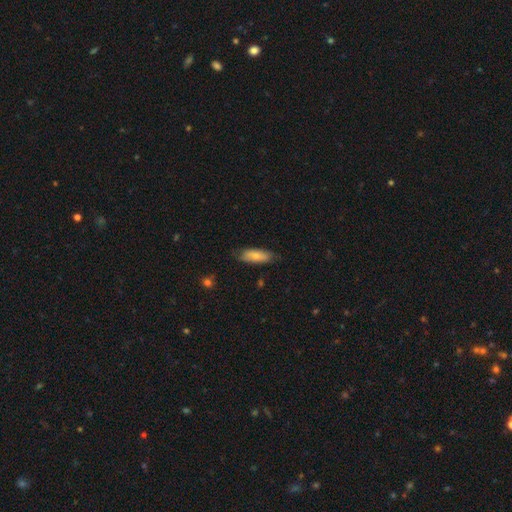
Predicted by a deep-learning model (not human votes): Smooth or featured? Predicted: smooth (p=0.74). How rounded? Predicted: in between (p=0.71). Merging? Predicted: none (p=0.71).